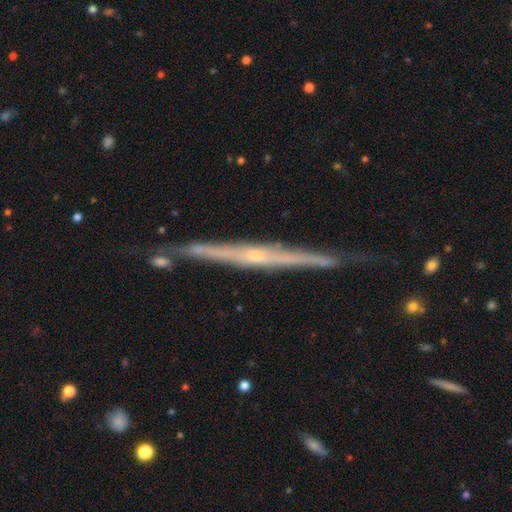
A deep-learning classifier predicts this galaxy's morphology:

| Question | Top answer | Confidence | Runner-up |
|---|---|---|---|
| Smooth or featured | featured or disk | 83% | smooth (11%) |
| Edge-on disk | yes | 97% | no (3%) |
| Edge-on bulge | rounded | 61% | none (33%) |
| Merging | none | 78% | minor disturbance (16%) |